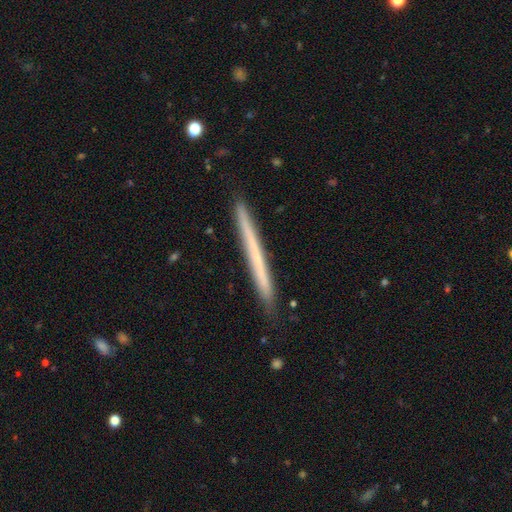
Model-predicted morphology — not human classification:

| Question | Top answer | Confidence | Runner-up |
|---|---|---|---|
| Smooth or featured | smooth | 52% | featured or disk (42%) |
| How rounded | cigar-shaped | 98% | in between (1%) |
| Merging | none | 90% | minor disturbance (7%) |